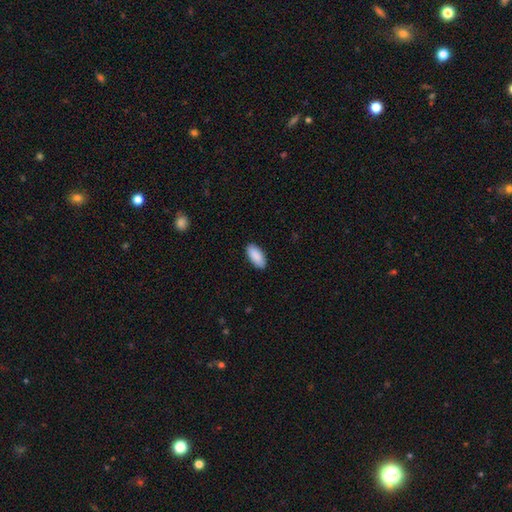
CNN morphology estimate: smooth-or-featured: smooth: 91% | star or artifact: 6% | featured or disk: 3%
  how-rounded: in between: 90% | cigar-shaped: 9% | round: 2%
  merging: none: 89% | minor disturbance: 8% | major disturbance: 2% | merger: 1%